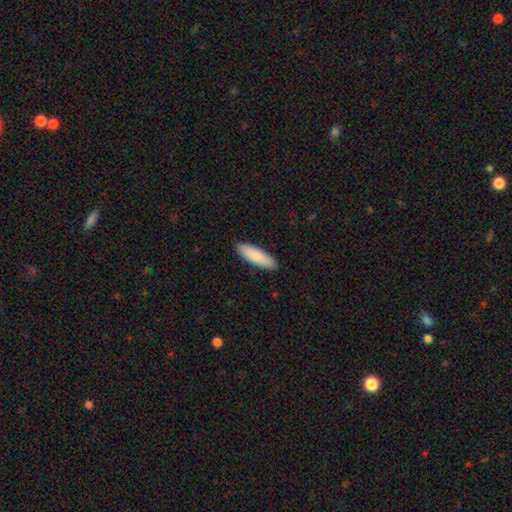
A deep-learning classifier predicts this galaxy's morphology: type=smooth (87%); roundness=cigar-shaped (53%); merging=none (90%).